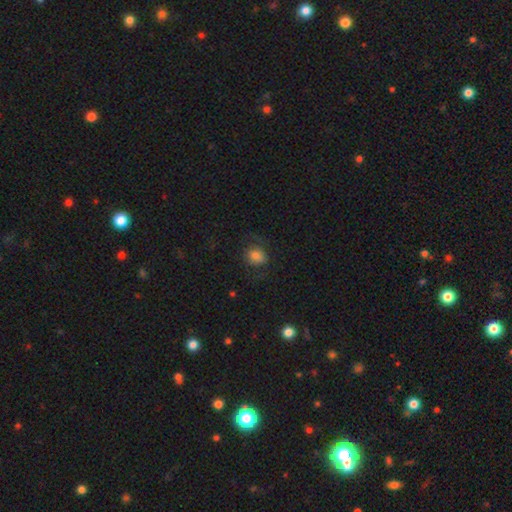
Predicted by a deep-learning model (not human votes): Q: Smooth or featured?
A: smooth (73%); runner-up: featured or disk (16%)
Q: How rounded?
A: round (61%); runner-up: in between (38%)
Q: Merging?
A: none (66%); runner-up: minor disturbance (18%)